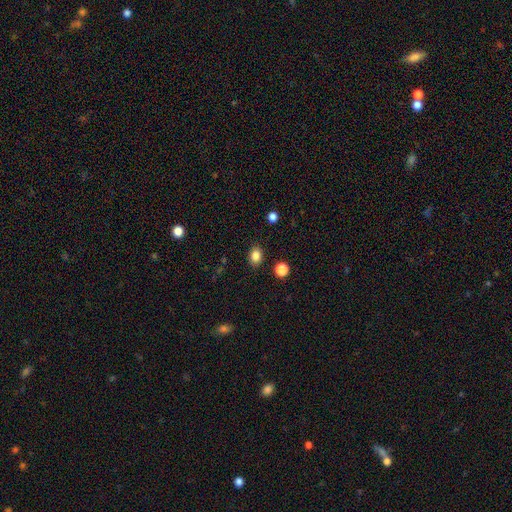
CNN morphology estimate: A smooth galaxy with no disk features (84%) that is in between round and cigar-shaped (56%).

Vote fractions:
- Smooth or featured? smooth: 84% / star or artifact: 11% / featured or disk: 5%
- How rounded? in between: 56% / round: 43% / cigar-shaped: 1%
- Merging? none: 87% / minor disturbance: 8% / major disturbance: 2% / merger: 2%